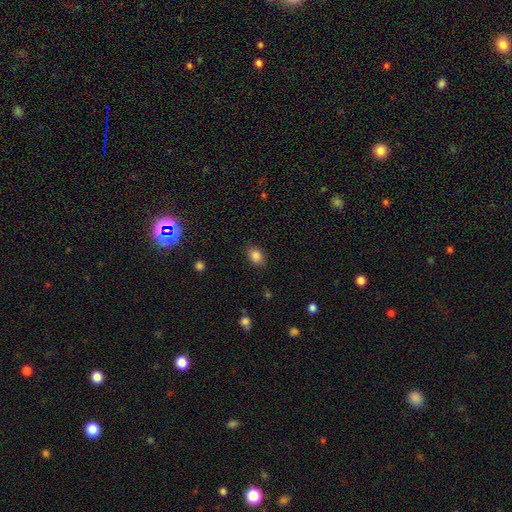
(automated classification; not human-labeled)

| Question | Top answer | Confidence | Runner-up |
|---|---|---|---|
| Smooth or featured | smooth | 85% | star or artifact (10%) |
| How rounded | in between | 68% | round (30%) |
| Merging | none | 83% | minor disturbance (12%) |